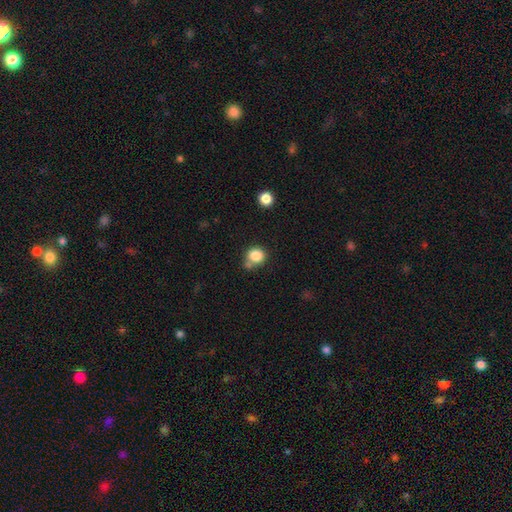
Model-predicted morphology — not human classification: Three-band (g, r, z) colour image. It shows a smooth galaxy with no disk features (84%) that is round (82%). Merging: none (61%).